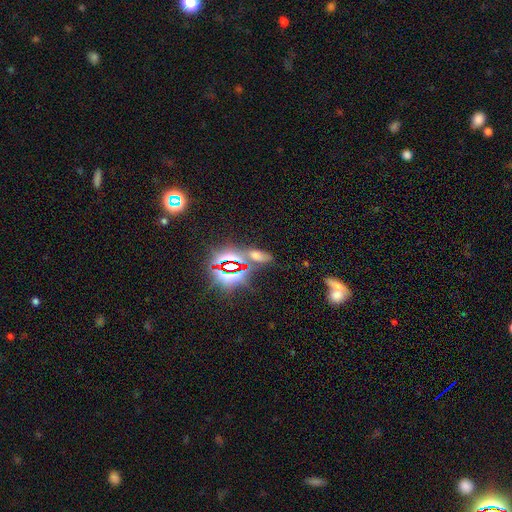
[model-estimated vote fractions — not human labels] Q: Smooth or featured?
A: star or artifact (49%); runner-up: smooth (40%)